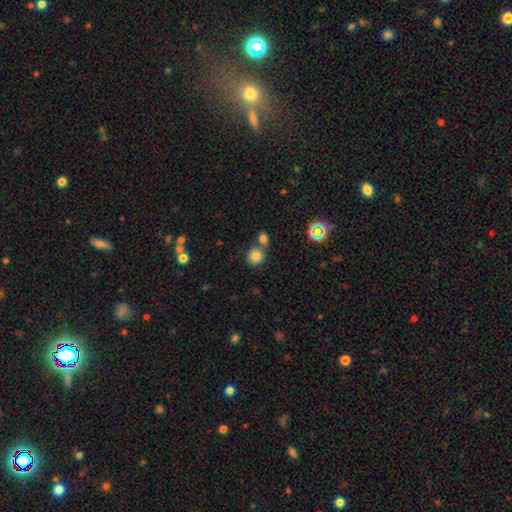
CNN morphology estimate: A smooth galaxy with no disk features (78%) that is round (83%).

Vote fractions:
- Smooth or featured? smooth: 78% / star or artifact: 14% / featured or disk: 9%
- How rounded? round: 83% / in between: 16% / cigar-shaped: 1%
- Merging? none: 58% / merger: 30% / minor disturbance: 9% / major disturbance: 3%